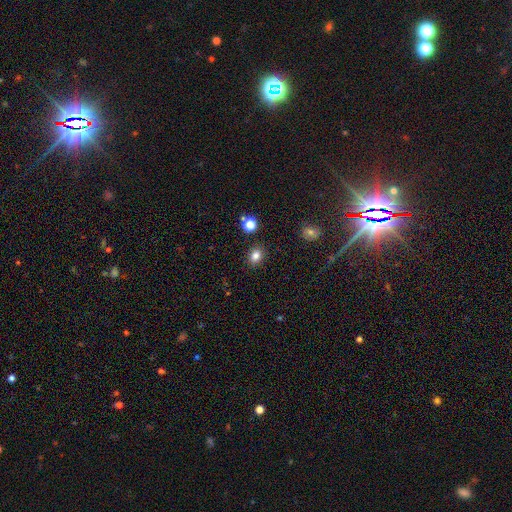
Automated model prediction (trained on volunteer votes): The model was most divided on "how rounded": in between: 54%, round: 45%, cigar-shaped: 1%. More confident: merging — none (88%); smooth or featured — smooth (82%).